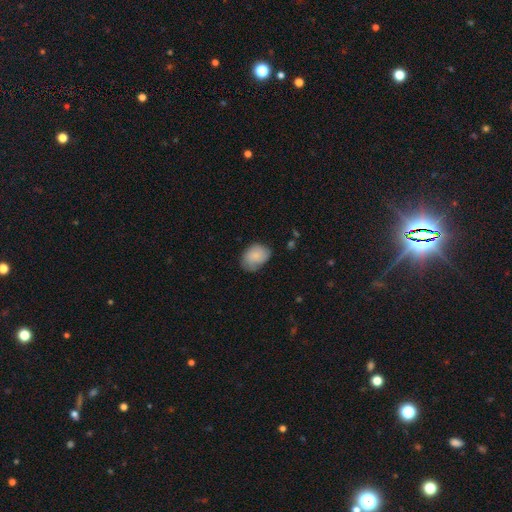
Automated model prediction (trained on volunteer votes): Q: Smooth or featured?
A: smooth (75%); runner-up: featured or disk (18%)
Q: How rounded?
A: in between (66%); runner-up: round (33%)
Q: Merging?
A: none (60%); runner-up: minor disturbance (30%)